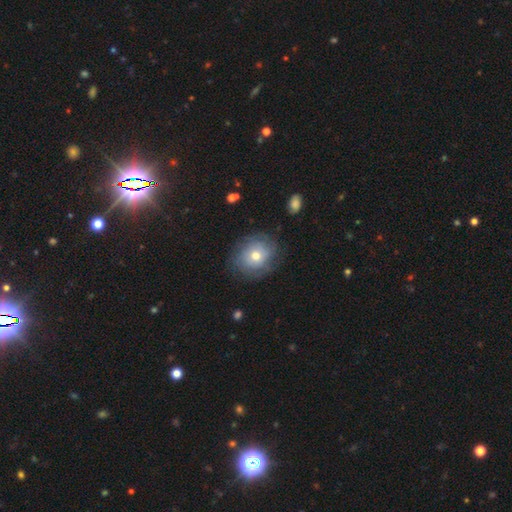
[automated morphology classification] Smooth or featured? Predicted: featured or disk (p=0.48). Merging? Predicted: none (p=0.78).